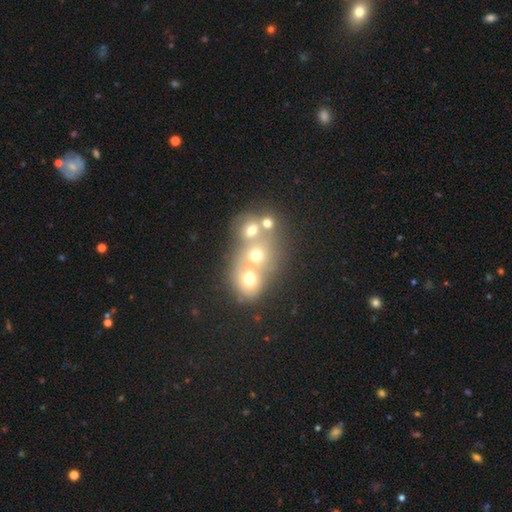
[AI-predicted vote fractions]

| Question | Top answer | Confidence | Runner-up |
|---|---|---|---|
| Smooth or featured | smooth | 47% | featured or disk (30%) |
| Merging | merger | 61% | none (28%) |